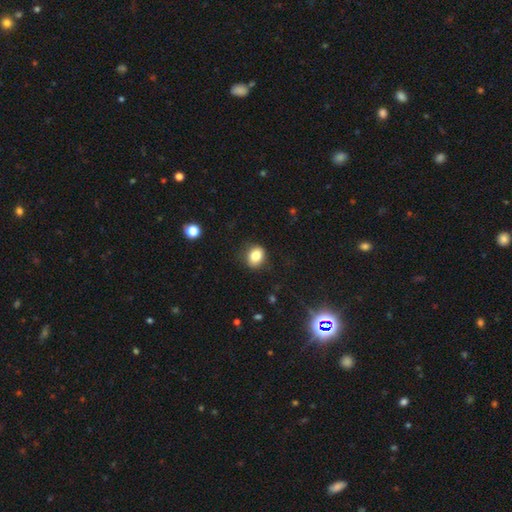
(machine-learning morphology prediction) Smooth or featured?
  - smooth: 82% *
  - star or artifact: 10%
  - featured or disk: 8%
How rounded?
  - round: 54% *
  - in between: 45%
  - cigar-shaped: 1%
Merging?
  - none: 82% *
  - minor disturbance: 13%
  - major disturbance: 4%
  - merger: 1%